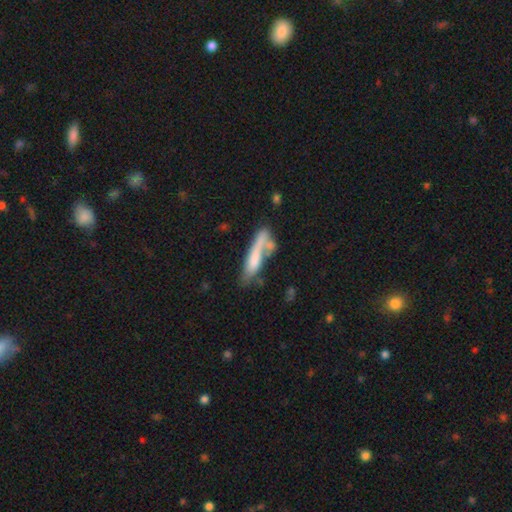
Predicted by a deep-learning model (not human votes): Overall: smooth (61%; featured or disk 31%). How rounded: cigar-shaped (80%). Merging: none (40%; merger 29%).